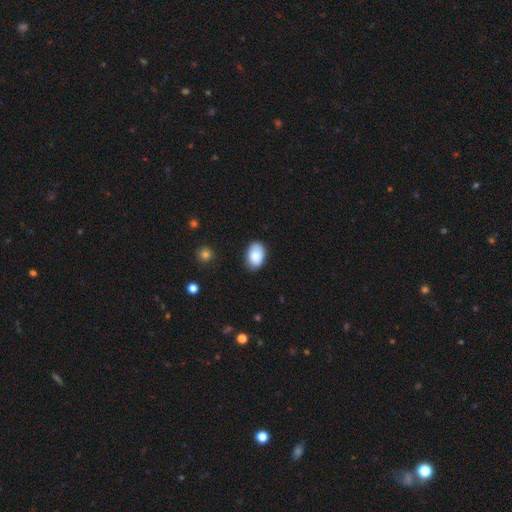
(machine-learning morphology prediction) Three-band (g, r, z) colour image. It shows a smooth galaxy with no disk features (87%) that is in between round and cigar-shaped (88%). Merging: none (82%).